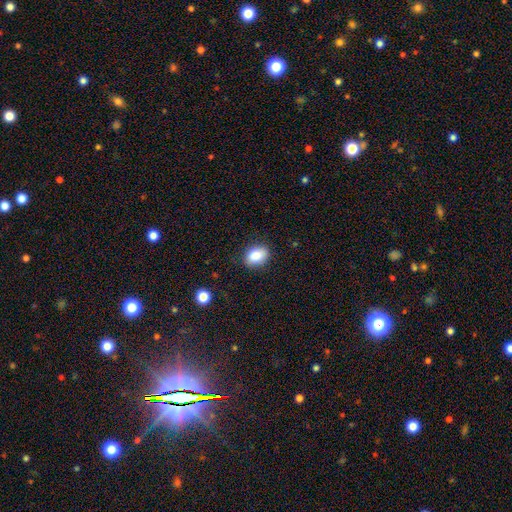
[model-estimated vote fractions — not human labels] A smooth galaxy with no disk features (85%) that is in between round and cigar-shaped (73%). Merging: none (85%).